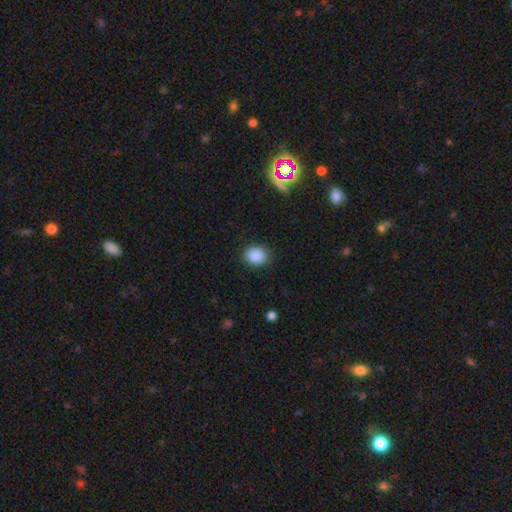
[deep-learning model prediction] Overall: smooth (89%). How rounded: round (58%; in between 41%). Merging: none (87%).